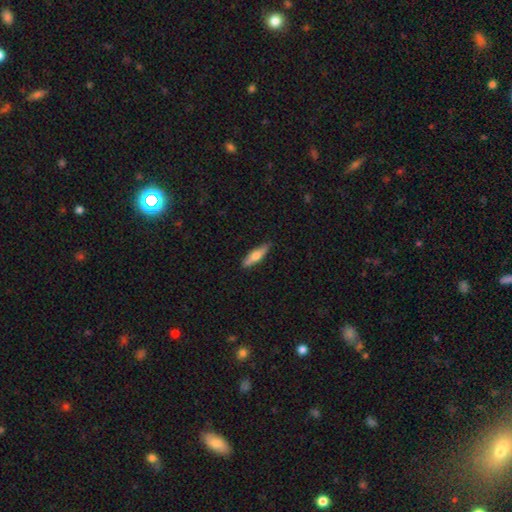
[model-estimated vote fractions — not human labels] Smooth or featured? Predicted: smooth (p=0.56). How rounded? Predicted: cigar-shaped (p=0.69). Merging? Predicted: none (p=0.87).